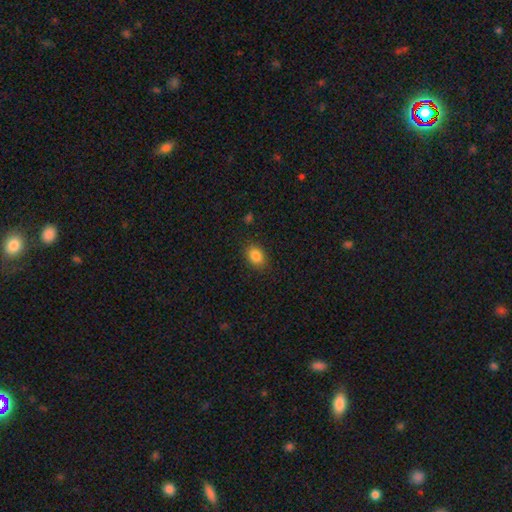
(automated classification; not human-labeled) smooth-or-featured: smooth: 84% | star or artifact: 10% | featured or disk: 6%
  how-rounded: in between: 69% | round: 29% | cigar-shaped: 1%
  merging: none: 87% | minor disturbance: 10% | major disturbance: 3% | merger: 1%